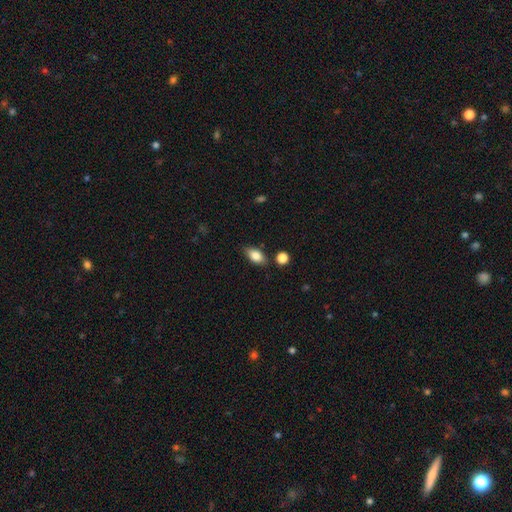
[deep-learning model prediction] Morphology: type=smooth (83%); roundness=in between (88%); merging=none (80%).